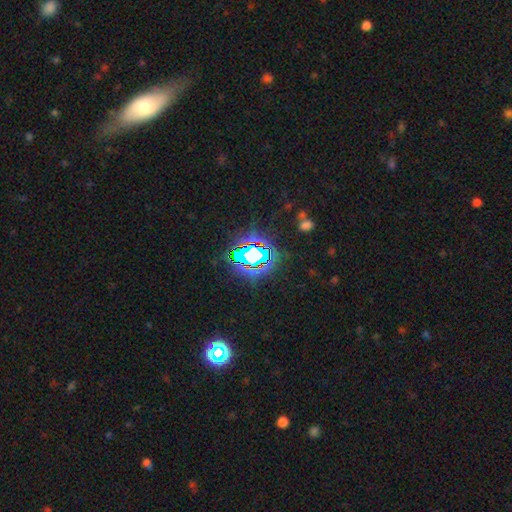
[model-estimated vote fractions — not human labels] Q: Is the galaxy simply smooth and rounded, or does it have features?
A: star or artifact — 74%.